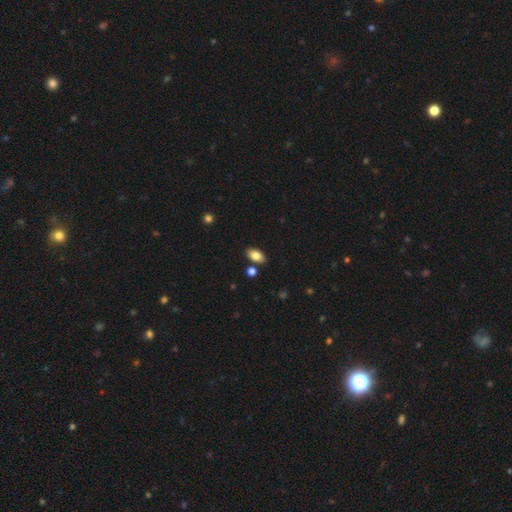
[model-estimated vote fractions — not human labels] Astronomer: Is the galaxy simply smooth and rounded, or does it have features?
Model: smooth — 83%.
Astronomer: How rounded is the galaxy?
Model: in between — 91%.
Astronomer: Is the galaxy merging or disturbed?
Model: none — 83%.